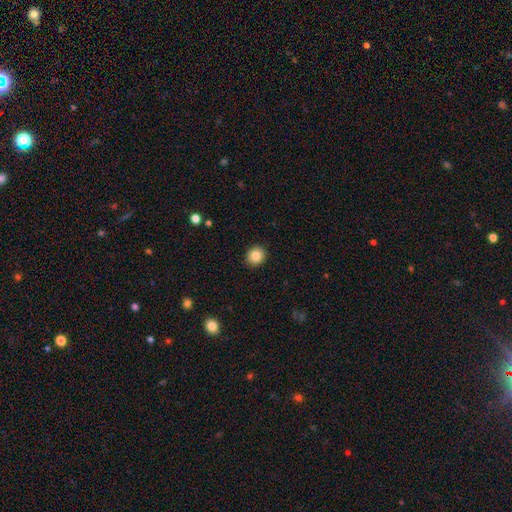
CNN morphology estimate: Smooth or featured? smooth (85%)
How rounded? round (84%)
Merging? none (92%)